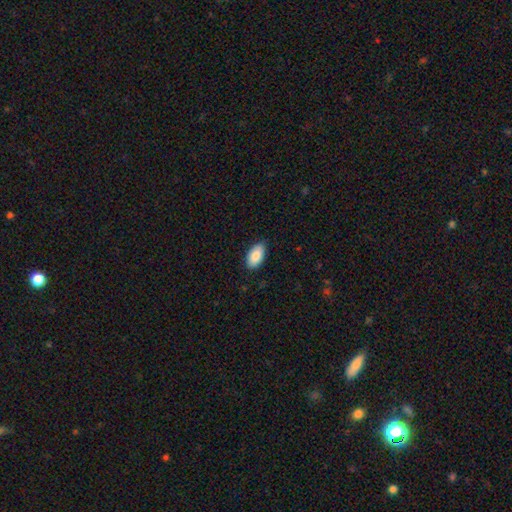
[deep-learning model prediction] smooth_or_featured: smooth (p=0.85) [alt: featured or disk p=0.08]
how_rounded: in between (p=0.95) [alt: round p=0.03]
merging: none (p=0.85) [alt: minor disturbance p=0.12]